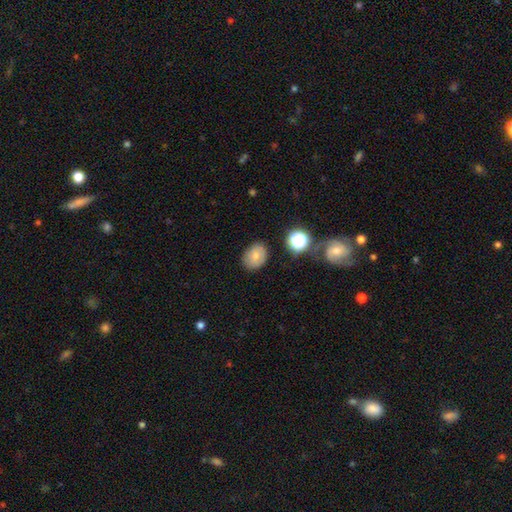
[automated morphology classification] type=smooth (73%); roundness=in between (61%); merging=none (80%).